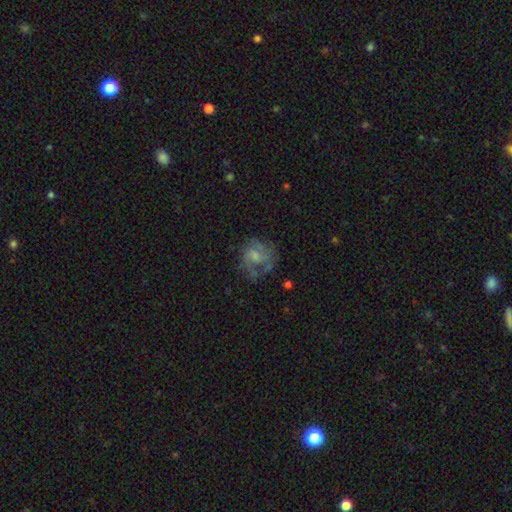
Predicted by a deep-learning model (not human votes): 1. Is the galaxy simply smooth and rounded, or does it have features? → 60% featured or disk, 30% smooth, 10% star or artifact.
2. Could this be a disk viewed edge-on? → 98% no, 2% yes.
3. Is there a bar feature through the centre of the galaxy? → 59% no, 35% weak, 5% strong.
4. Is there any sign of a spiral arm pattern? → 70% yes, 30% no.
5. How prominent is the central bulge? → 45% small, 32% moderate, 18% none, 3% large, 1% dominant.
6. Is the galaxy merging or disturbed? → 51% none, 24% major disturbance, 22% minor disturbance, 3% merger.